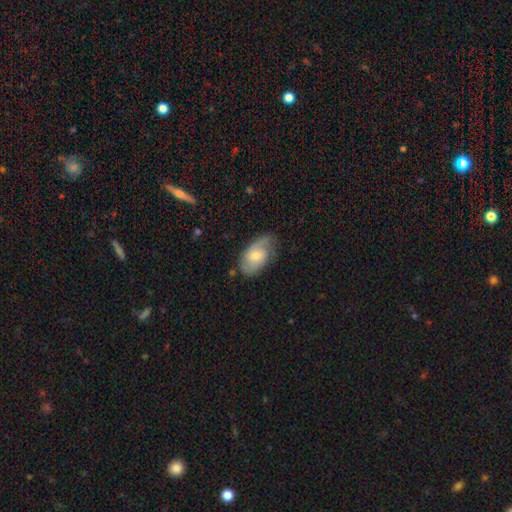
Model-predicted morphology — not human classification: smooth_or_featured: smooth (p=0.50) [alt: featured or disk p=0.44]
how_rounded: in between (p=0.93) [alt: round p=0.05]
merging: none (p=0.61) [alt: minor disturbance p=0.28]